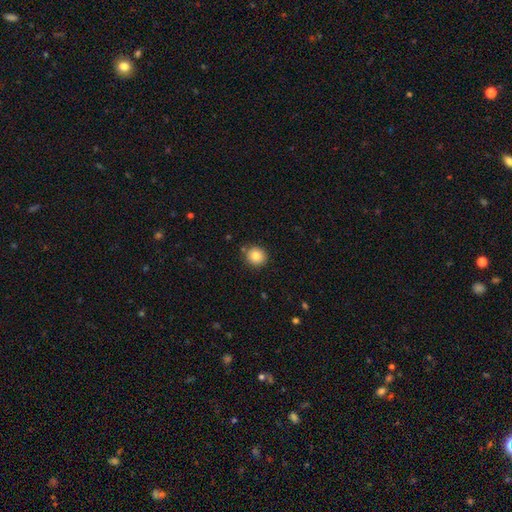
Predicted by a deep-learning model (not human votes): smooth 83%, star or artifact 10%, featured or disk 7%. Down the decision tree: how rounded — round (89%); merging — none (85%).